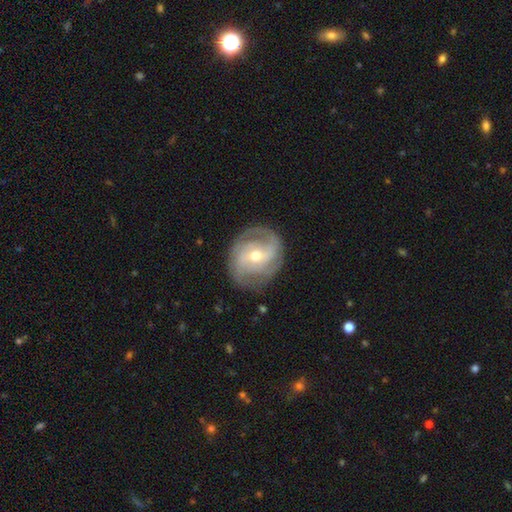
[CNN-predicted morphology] A featured or disk galaxy (84%) with no bar (43%), 2 (47%) tight (42%, tied with medium) spiral arms (94%) and a moderate central bulge (58%).

Vote fractions:
- Smooth or featured? featured or disk: 84% / smooth: 11% / star or artifact: 5%
- Edge-on disk? no: 97% / yes: 3%
- Bar? no: 43% / weak: 40% / strong: 17%
- Spiral arms? yes: 94% / no: 6%
- Spiral winding? tight: 42% (tied) / medium: 42% (tied) / loose: 15%
- Spiral arm count? 2: 47% / 3: 24% / can't tell: 16% / 4: 5% / 1: 5% / more than 4: 4%
- Bulge size? moderate: 58% / small: 38% / large: 2% / none: 1% / dominant: 1%
- Merging? none: 78% / minor disturbance: 15% / major disturbance: 6% / merger: 1%